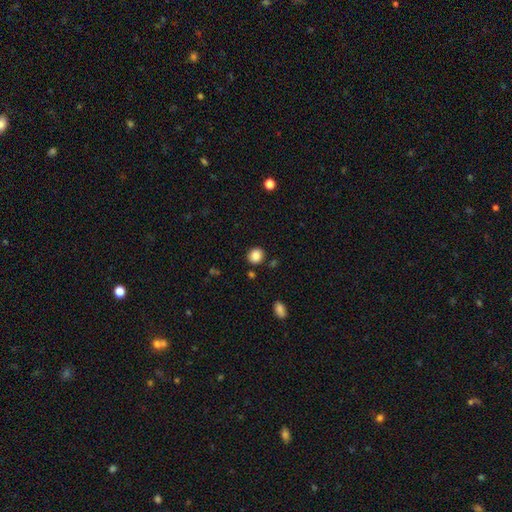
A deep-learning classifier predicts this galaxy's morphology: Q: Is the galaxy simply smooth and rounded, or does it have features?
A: smooth — 87%.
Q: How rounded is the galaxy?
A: round — 77%.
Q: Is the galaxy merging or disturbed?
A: none — 85%.